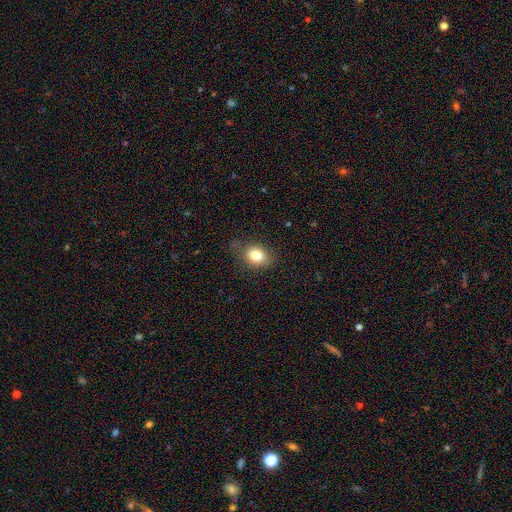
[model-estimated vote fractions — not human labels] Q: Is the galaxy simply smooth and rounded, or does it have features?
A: smooth — 81%.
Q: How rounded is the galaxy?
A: in between — 56%.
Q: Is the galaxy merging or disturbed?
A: none — 72%.